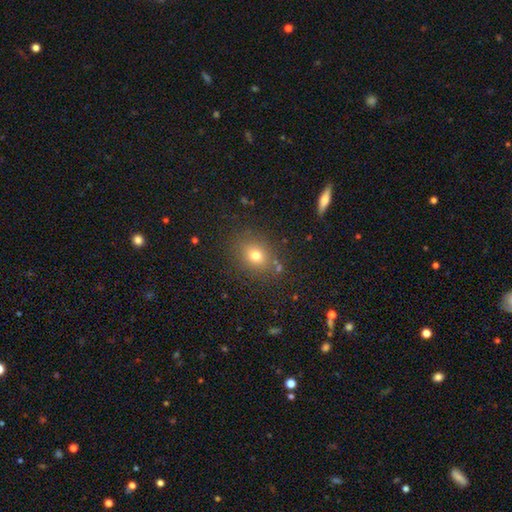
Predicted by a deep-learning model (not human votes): Smooth or featured: smooth — 74% (star or artifact — 16%)
How rounded: round — 59% (in between — 39%)
Merging: none — 81% (minor disturbance — 11%)